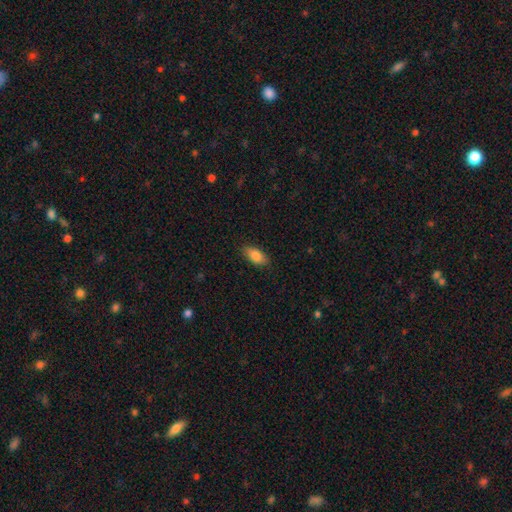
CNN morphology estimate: Smooth or featured? Predicted: smooth (p=0.84). How rounded? Predicted: in between (p=0.88). Merging? Predicted: none (p=0.85).